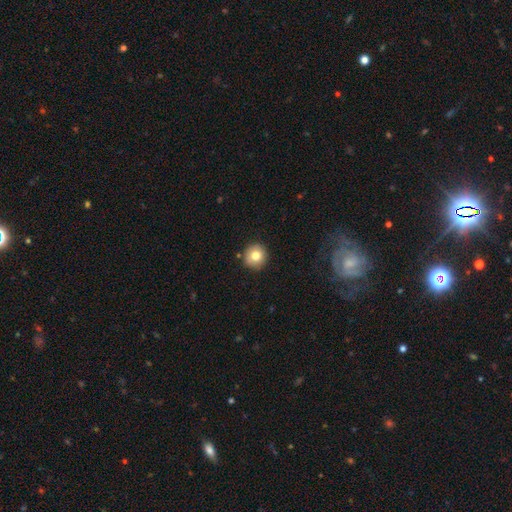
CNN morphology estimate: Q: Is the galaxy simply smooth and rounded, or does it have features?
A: smooth — 78%.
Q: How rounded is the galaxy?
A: round — 92%.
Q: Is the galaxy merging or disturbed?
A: none — 88%.